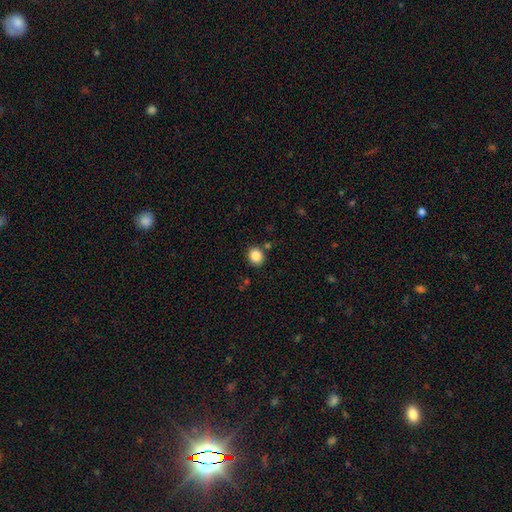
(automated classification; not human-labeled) A smooth galaxy with no disk features (86%) that is round (76%). Merging: none (84%).